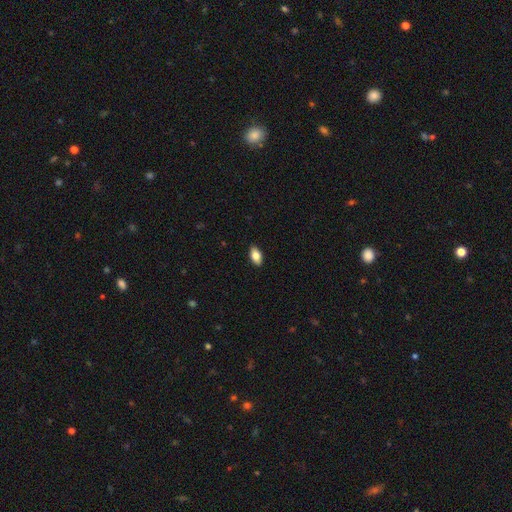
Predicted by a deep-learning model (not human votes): Overall: smooth (80%). How rounded: in between (92%). Merging: none (89%).